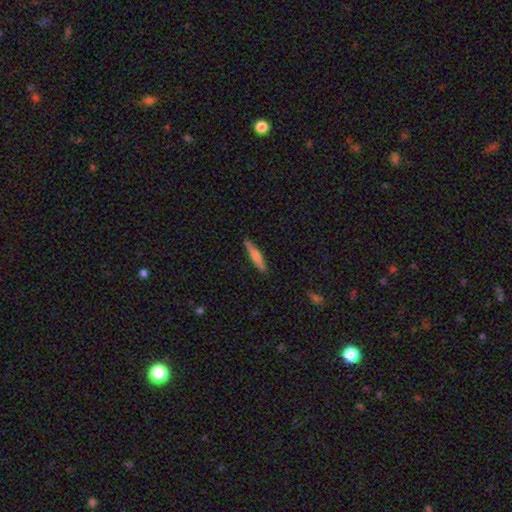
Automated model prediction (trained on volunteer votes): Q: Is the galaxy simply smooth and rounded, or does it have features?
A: smooth — 49%.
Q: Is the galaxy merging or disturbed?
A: none — 90%.